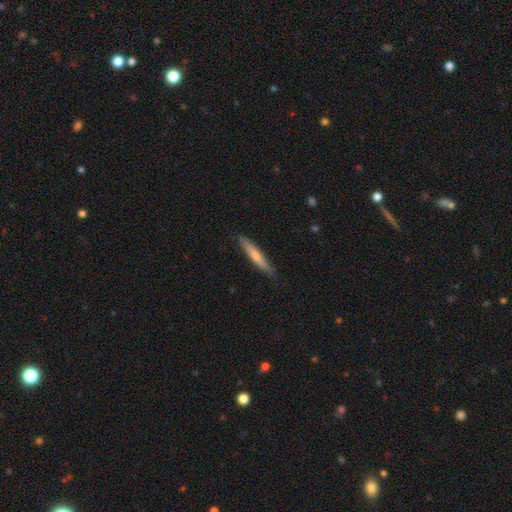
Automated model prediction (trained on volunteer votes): Smooth or featured? smooth (65%)
How rounded? cigar-shaped (93%)
Merging? none (84%)